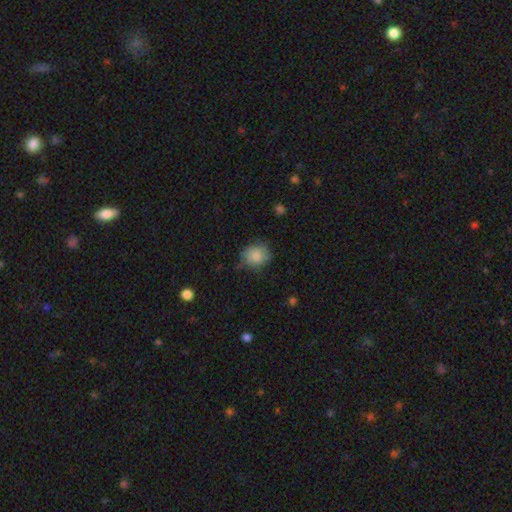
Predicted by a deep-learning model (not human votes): Smooth or featured?
  - smooth: 84% *
  - star or artifact: 8%
  - featured or disk: 8%
How rounded?
  - round: 69% *
  - in between: 30%
  - cigar-shaped: 1%
Merging?
  - none: 63% *
  - minor disturbance: 28%
  - major disturbance: 7%
  - merger: 2%